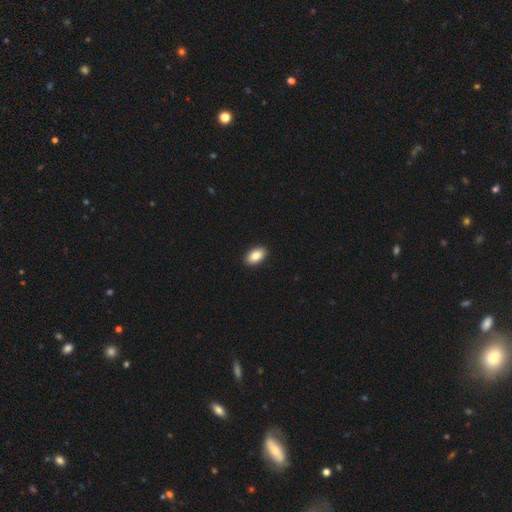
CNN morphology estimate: Overall: smooth (86%). How rounded: in between (93%). Merging: none (92%).